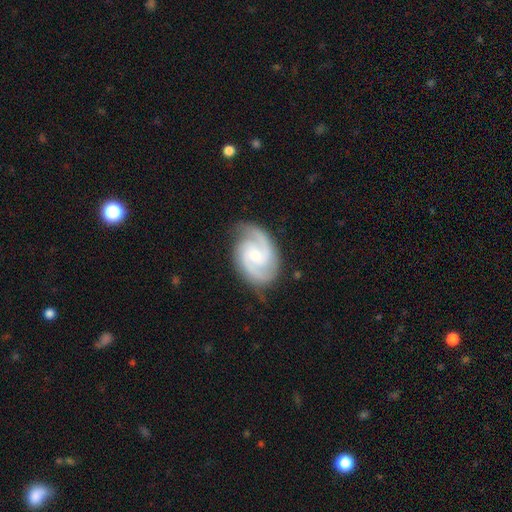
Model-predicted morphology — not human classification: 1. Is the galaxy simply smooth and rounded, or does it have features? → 91% featured or disk, 5% smooth, 4% star or artifact.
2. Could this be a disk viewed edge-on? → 98% no, 2% yes.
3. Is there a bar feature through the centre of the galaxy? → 51% no, 41% weak, 7% strong.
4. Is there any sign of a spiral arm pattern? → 98% yes, 2% no.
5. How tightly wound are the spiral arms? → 51% medium, 41% tight, 8% loose.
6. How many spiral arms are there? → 78% 2, 13% 3, 4% can't tell, 2% 1, 2% 4, 2% more than 4.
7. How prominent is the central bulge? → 51% moderate, 43% small, 3% large, 3% none, 1% dominant.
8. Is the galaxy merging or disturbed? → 80% none, 15% minor disturbance, 4% major disturbance, 1% merger.